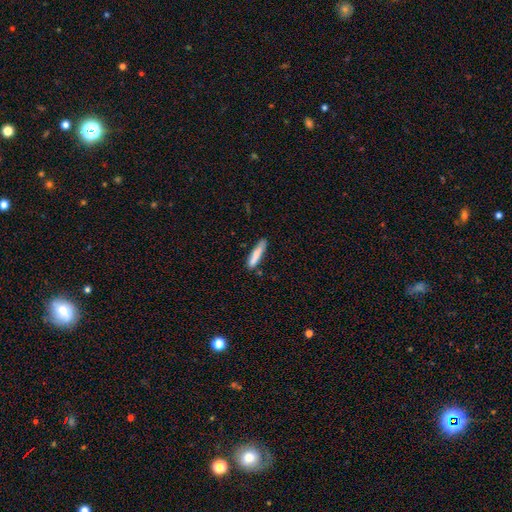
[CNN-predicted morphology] This appears to be a smooth galaxy with no disk features (79%) that is cigar-shaped (87%). Merging: none (77%).